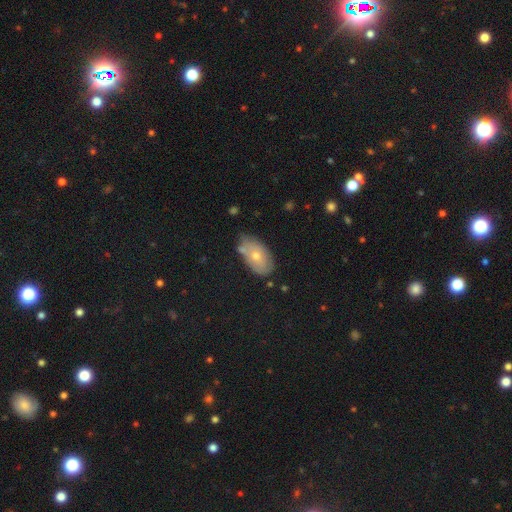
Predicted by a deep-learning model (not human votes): Smooth or featured? smooth (61%)
How rounded? in between (92%)
Merging? none (58%)